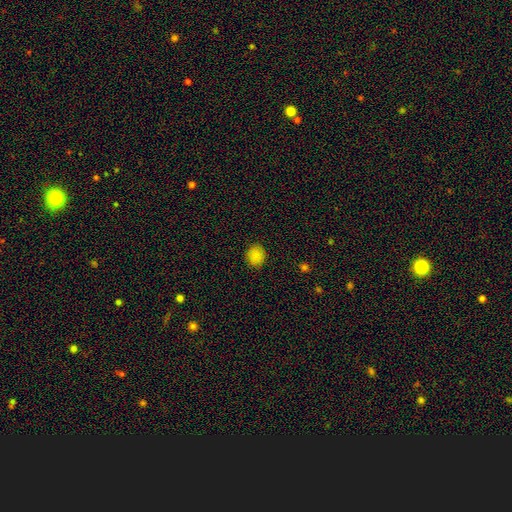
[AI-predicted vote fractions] A smooth galaxy with no disk features (86%) that is round (71%).

Vote fractions:
- Smooth or featured? smooth: 86% / star or artifact: 10% / featured or disk: 4%
- How rounded? round: 71% / in between: 28% / cigar-shaped: 1%
- Merging? none: 89% / minor disturbance: 8% / major disturbance: 2% / merger: 1%